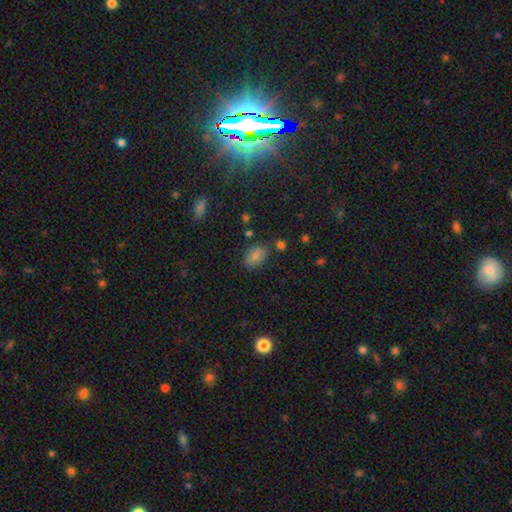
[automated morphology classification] type=smooth (77%); roundness=in between (82%); merging=none (78%).